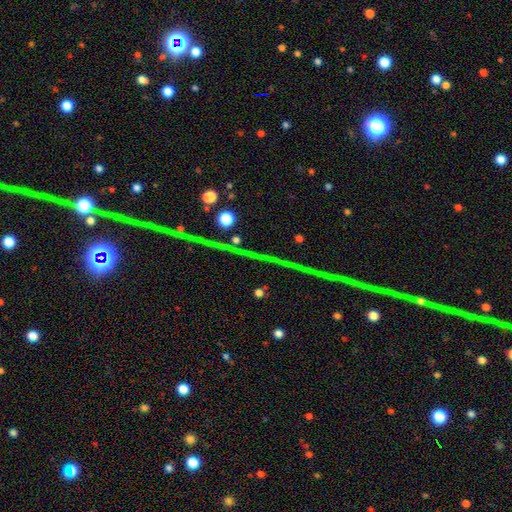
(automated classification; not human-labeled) smooth_or_featured: star or artifact (p=0.74) [alt: featured or disk p=0.16]